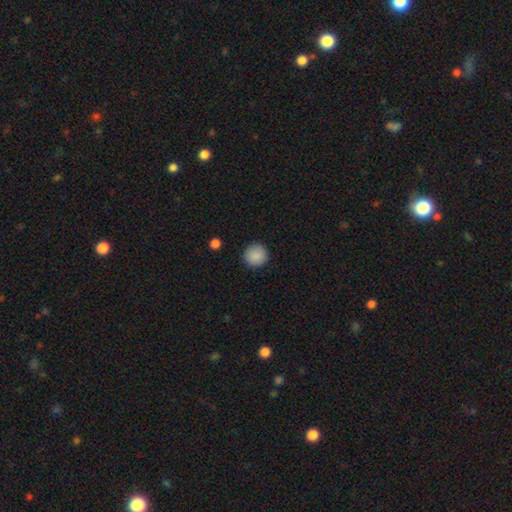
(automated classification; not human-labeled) This appears to be a smooth galaxy with no disk features (89%) that is round (95%). Merging: none (92%).